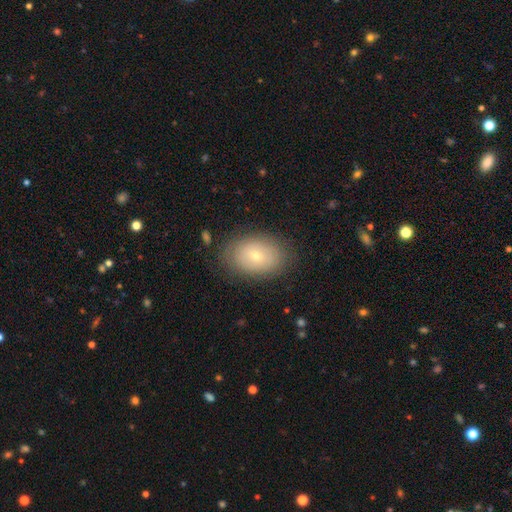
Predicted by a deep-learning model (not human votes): Morphology: type=smooth (69%); roundness=in between (81%); merging=none (83%).